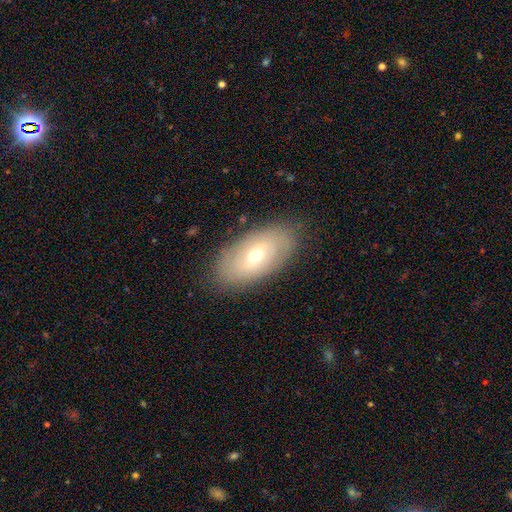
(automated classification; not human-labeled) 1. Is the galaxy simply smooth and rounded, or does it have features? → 48% featured or disk, 44% smooth, 8% star or artifact.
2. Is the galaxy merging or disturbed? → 84% none, 12% minor disturbance, 4% major disturbance, 1% merger.